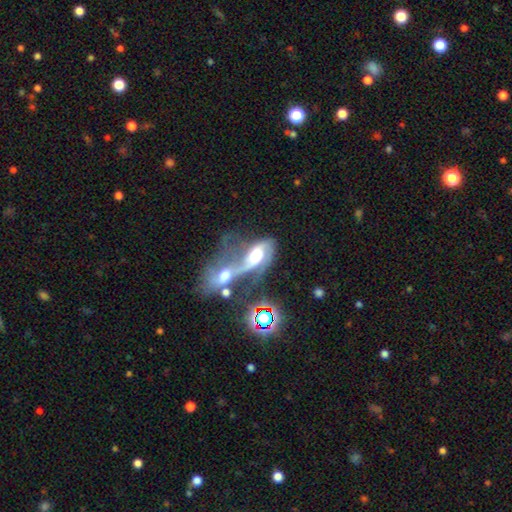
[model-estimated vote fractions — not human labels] Morphology: type=featured or disk (63%); edge-on=no (94%); bar=no (56%); spiral arms=yes (79%); bulge=moderate (45%); merging=merger (69%).